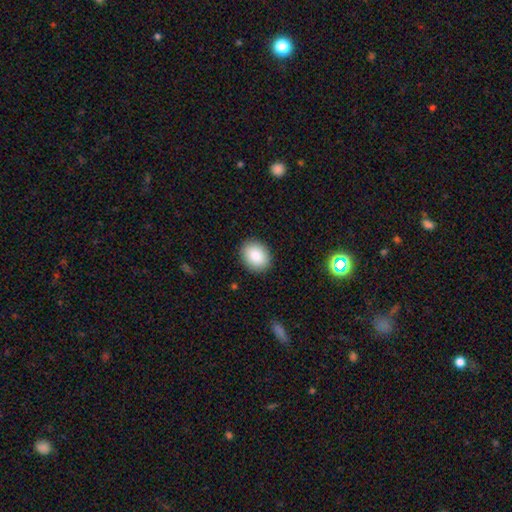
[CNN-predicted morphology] smooth-or-featured: smooth: 87% | star or artifact: 7% | featured or disk: 6%
  how-rounded: in between: 56% | round: 43% | cigar-shaped: 1%
  merging: none: 89% | minor disturbance: 8% | major disturbance: 2% | merger: 1%